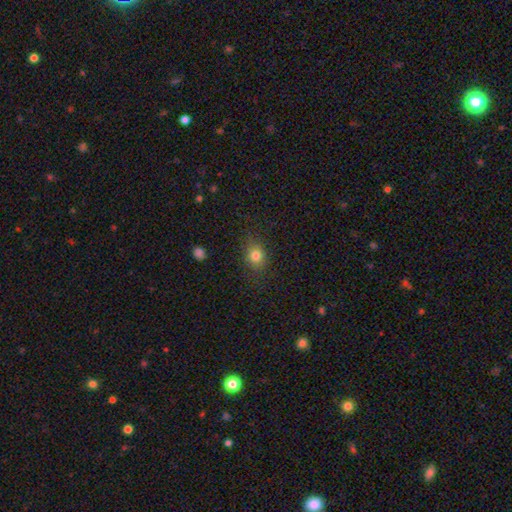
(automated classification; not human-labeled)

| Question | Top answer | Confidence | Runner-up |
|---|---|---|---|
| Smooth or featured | smooth | 79% | star or artifact (12%) |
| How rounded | round | 59% | in between (39%) |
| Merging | none | 83% | minor disturbance (12%) |